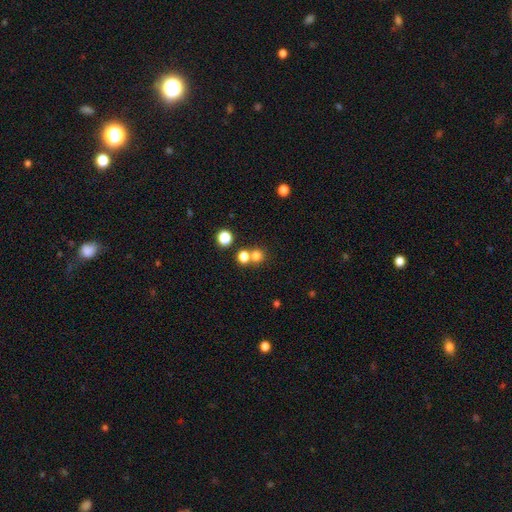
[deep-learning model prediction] The model was most divided on "merging": none: 60%, merger: 31%, minor disturbance: 6%, major disturbance: 3%. More confident: how rounded — round (88%); smooth or featured — smooth (75%).